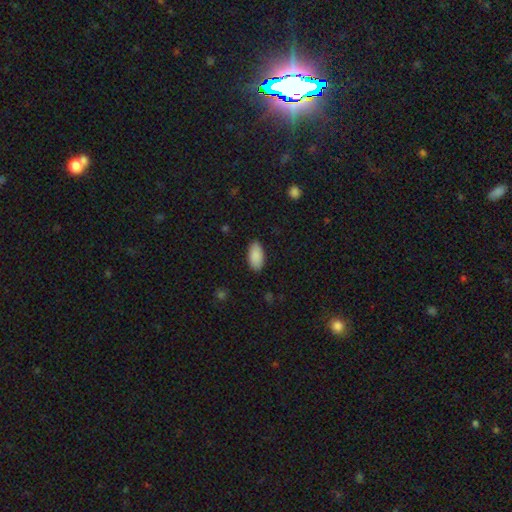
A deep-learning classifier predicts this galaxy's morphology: Smooth or featured: smooth — 90% (star or artifact — 6%)
How rounded: in between — 94% (cigar-shaped — 4%)
Merging: none — 88% (minor disturbance — 9%)